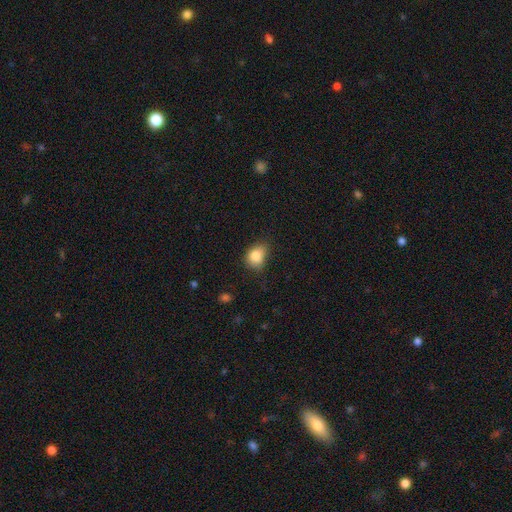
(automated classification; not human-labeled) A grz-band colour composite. It shows a smooth galaxy with no disk features (83%) that is in between round and cigar-shaped (56%). Merging: none (52%).